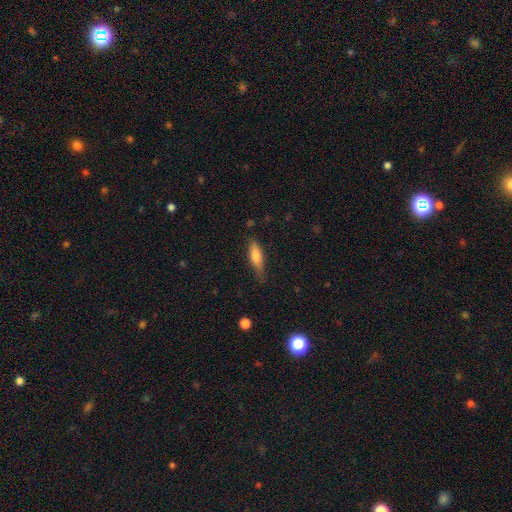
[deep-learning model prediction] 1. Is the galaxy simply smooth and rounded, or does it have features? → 66% smooth, 27% featured or disk, 7% star or artifact.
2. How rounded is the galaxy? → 59% cigar-shaped, 39% in between, 2% round.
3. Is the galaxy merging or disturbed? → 71% none, 23% minor disturbance, 5% major disturbance, 2% merger.